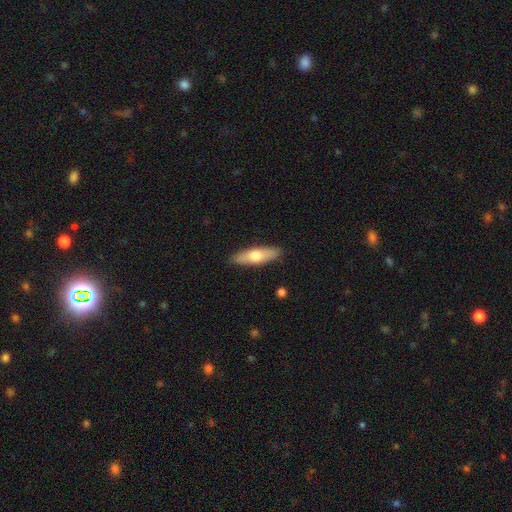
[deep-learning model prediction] Morphology: type=smooth (62%); roundness=cigar-shaped (55%); merging=none (88%).